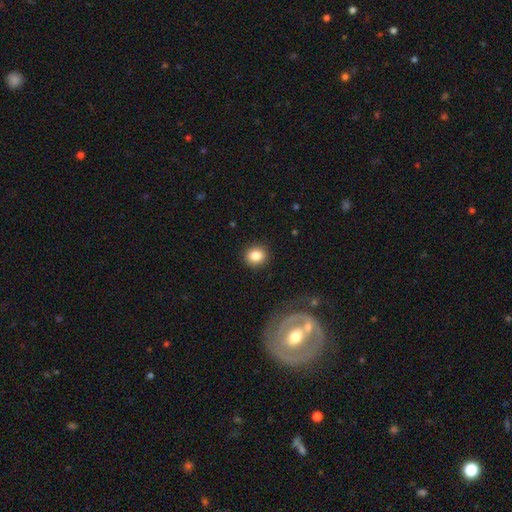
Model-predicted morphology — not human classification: Smooth or featured? smooth (86%)
How rounded? round (77%)
Merging? none (90%)